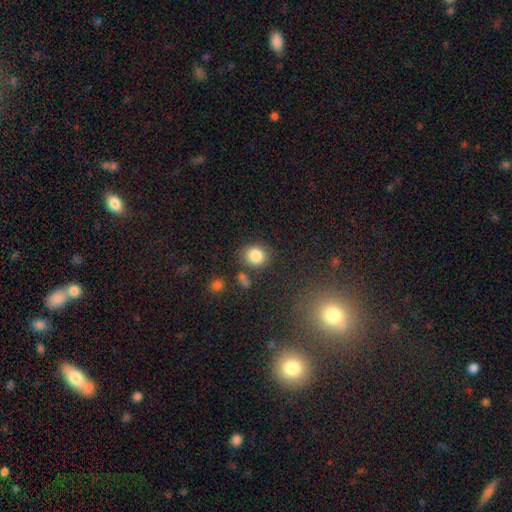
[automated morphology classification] smooth 84%, star or artifact 10%, featured or disk 6%. Down the decision tree: how rounded — round (77%); merging — none (76%).